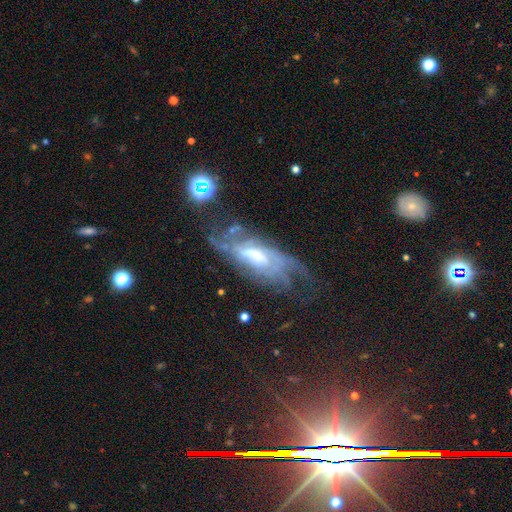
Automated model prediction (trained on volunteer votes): Q: Smooth or featured?
A: featured or disk (76%); runner-up: smooth (15%)
Q: Edge-on disk?
A: no (86%); runner-up: yes (14%)
Q: Bar?
A: no (45%); runner-up: weak (41%)
Q: Spiral arms?
A: yes (83%); runner-up: no (17%)
Q: Spiral winding?
A: tight (43%); runner-up: medium (39%)
Q: Spiral arm count?
A: can't tell (56%); runner-up: 2 (17%)
Q: Bulge size?
A: moderate (42%); runner-up: large (23%)
Q: Merging?
A: none (48%); runner-up: major disturbance (25%)